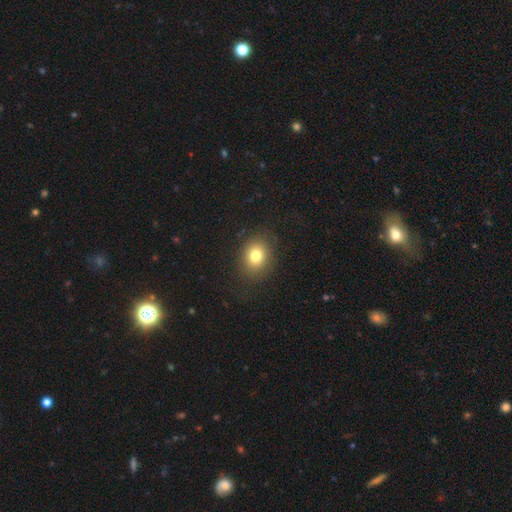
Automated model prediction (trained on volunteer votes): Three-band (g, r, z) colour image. It shows a smooth galaxy with no disk features (78%) that is round (60%). Merging: none (85%).